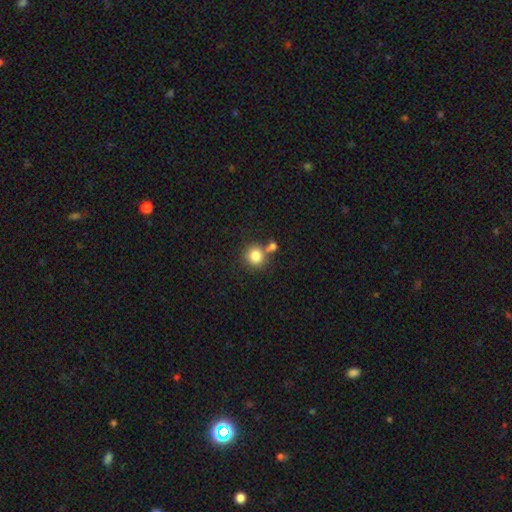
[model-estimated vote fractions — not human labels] Smooth or featured: smooth — 83% (star or artifact — 10%)
How rounded: round — 90% (in between — 9%)
Merging: none — 62% (merger — 25%)